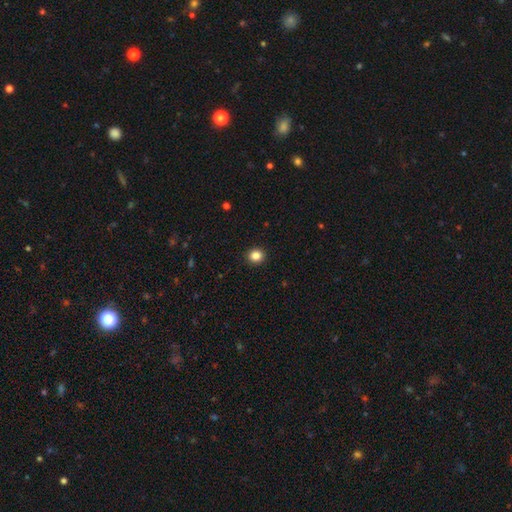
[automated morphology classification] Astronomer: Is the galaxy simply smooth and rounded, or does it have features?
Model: smooth — 85%.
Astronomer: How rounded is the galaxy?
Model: round — 88%.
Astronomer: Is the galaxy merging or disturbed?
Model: none — 93%.